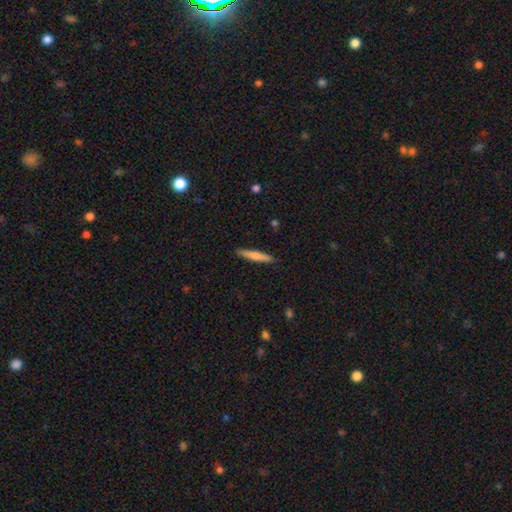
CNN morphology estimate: Overall: smooth (68%). How rounded: cigar-shaped (93%). Merging: none (90%).